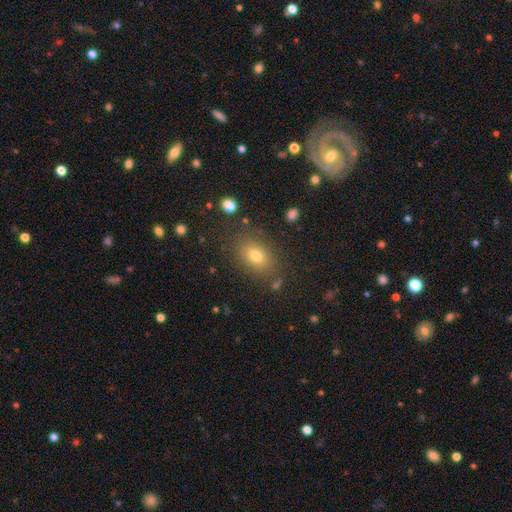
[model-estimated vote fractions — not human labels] A smooth galaxy with no disk features (75%) that is in between round and cigar-shaped (75%).

Vote fractions:
- Smooth or featured? smooth: 75% / star or artifact: 13% / featured or disk: 12%
- How rounded? in between: 75% / round: 23% / cigar-shaped: 2%
- Merging? none: 80% / minor disturbance: 12% / major disturbance: 4% / merger: 3%